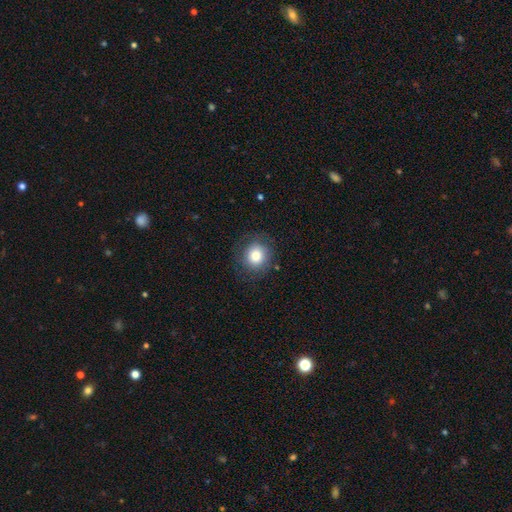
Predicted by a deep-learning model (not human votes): smooth 80%, featured or disk 10%, star or artifact 10%. Down the decision tree: how rounded — round (89%); merging — none (83%).